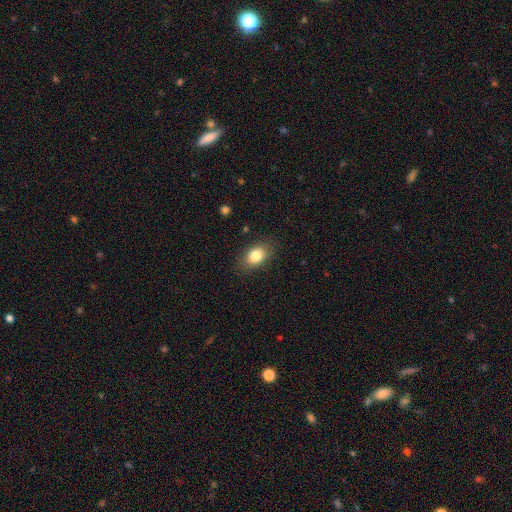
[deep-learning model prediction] This is clearly a smooth galaxy (83%). How rounded: likely in between (79%). Merging: clearly none (84%).